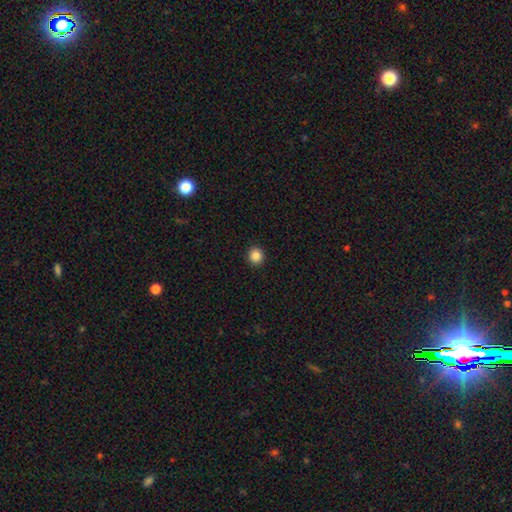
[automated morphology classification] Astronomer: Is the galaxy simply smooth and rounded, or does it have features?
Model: smooth — 86%.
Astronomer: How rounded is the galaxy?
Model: round — 90%.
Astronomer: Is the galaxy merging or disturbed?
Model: none — 93%.